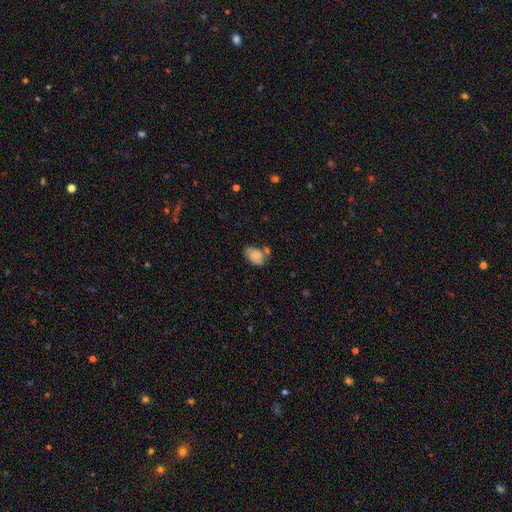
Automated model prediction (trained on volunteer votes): Smooth or featured: smooth — 74% (featured or disk — 17%)
How rounded: in between — 82% (round — 17%)
Merging: none — 49% (minor disturbance — 27%)